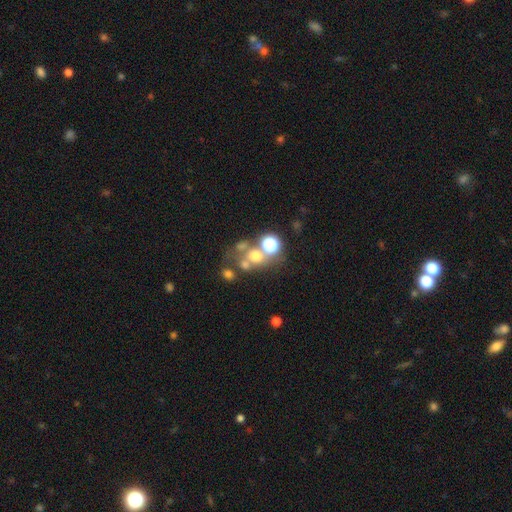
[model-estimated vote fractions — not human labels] A smooth galaxy with no disk features (54%) that is round (75%).

Vote fractions:
- Smooth or featured? smooth: 54% / star or artifact: 25% / featured or disk: 21%
- How rounded? round: 75% / in between: 23% / cigar-shaped: 1%
- Merging? none: 43% / merger: 36% / minor disturbance: 10% / major disturbance: 10%